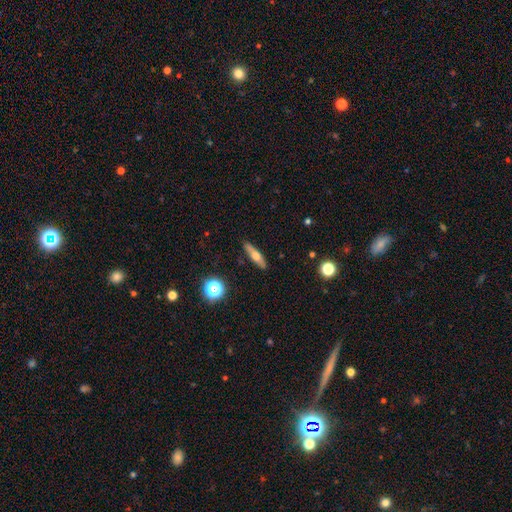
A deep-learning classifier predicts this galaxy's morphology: This is possibly a smooth galaxy (50%). Merging: clearly none (88%).